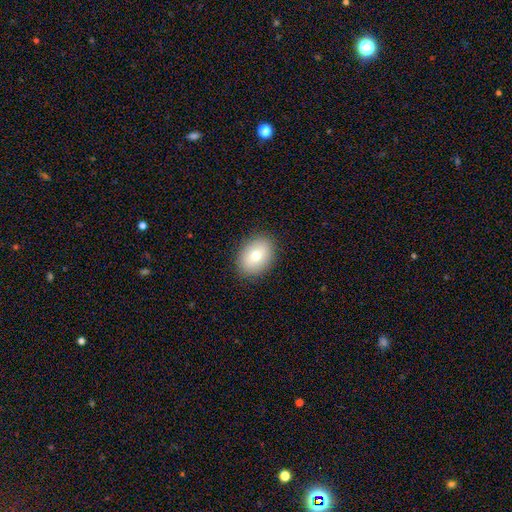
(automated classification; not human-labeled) Smooth or featured: smooth — 75% (featured or disk — 16%)
How rounded: in between — 69% (round — 30%)
Merging: none — 88% (minor disturbance — 9%)